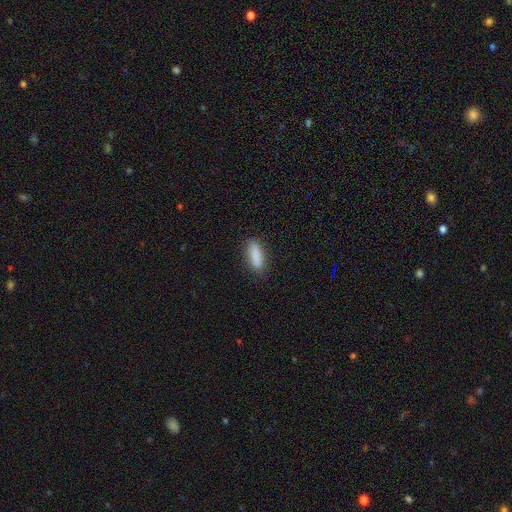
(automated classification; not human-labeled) Q: Smooth or featured?
A: smooth (88%); runner-up: star or artifact (7%)
Q: How rounded?
A: in between (57%); runner-up: cigar-shaped (41%)
Q: Merging?
A: none (85%); runner-up: minor disturbance (11%)